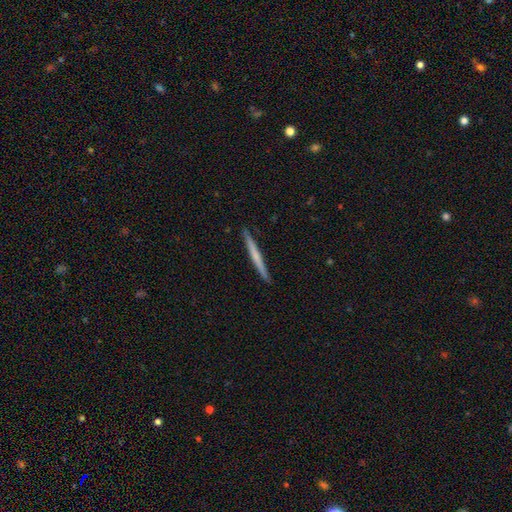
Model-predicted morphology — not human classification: smooth_or_featured: smooth (p=0.51) [alt: featured or disk p=0.44]
how_rounded: cigar-shaped (p=0.97) [alt: in between p=0.02]
merging: none (p=0.92) [alt: minor disturbance p=0.06]